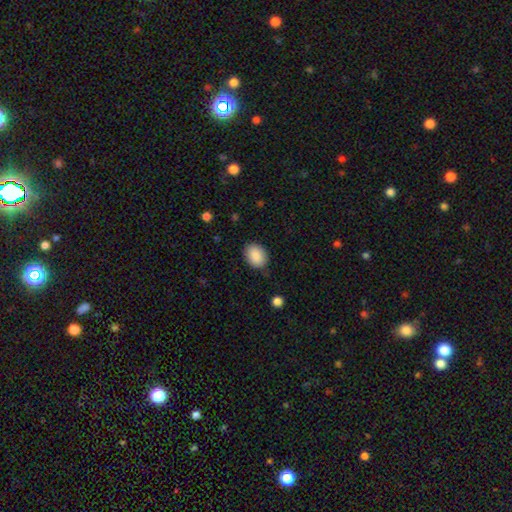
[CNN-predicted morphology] Q: Smooth or featured?
A: smooth (89%); runner-up: star or artifact (7%)
Q: How rounded?
A: in between (66%); runner-up: round (33%)
Q: Merging?
A: none (83%); runner-up: minor disturbance (13%)